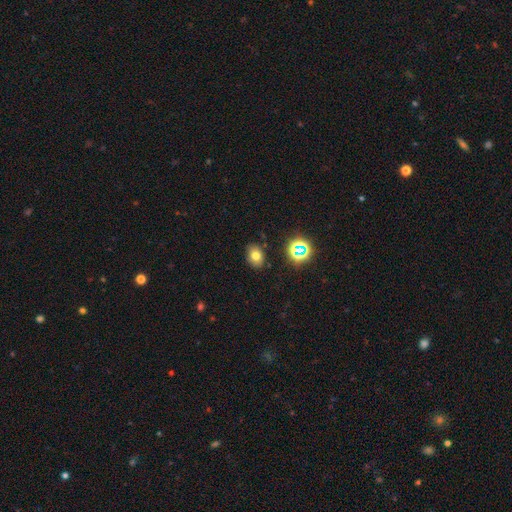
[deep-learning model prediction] Smooth or featured?
  - smooth: 71% *
  - star or artifact: 17%
  - featured or disk: 12%
How rounded?
  - in between: 67% *
  - round: 32%
  - cigar-shaped: 1%
Merging?
  - none: 85% *
  - minor disturbance: 10%
  - major disturbance: 3%
  - merger: 2%